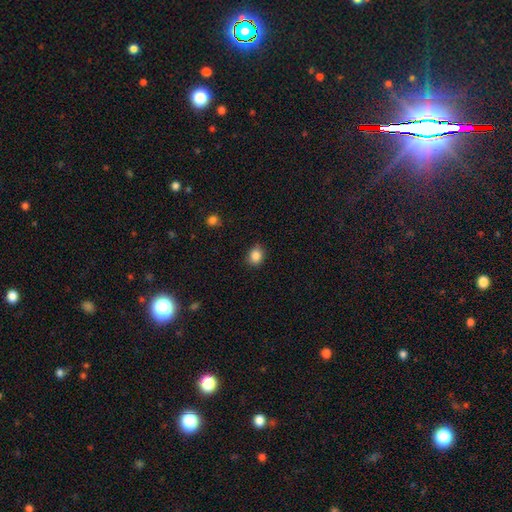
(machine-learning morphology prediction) This is clearly a smooth galaxy (86%). How rounded: likely round (65%). Merging: clearly none (82%).